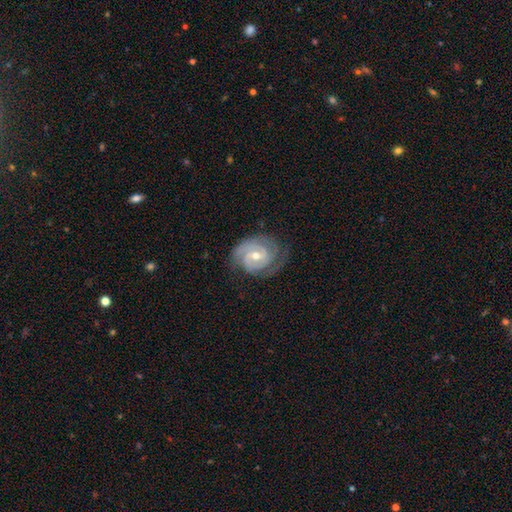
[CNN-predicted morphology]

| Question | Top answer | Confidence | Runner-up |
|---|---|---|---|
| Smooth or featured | featured or disk | 88% | smooth (7%) |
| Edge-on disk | no | 97% | yes (3%) |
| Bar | no | 47% | weak (41%) |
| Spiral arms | yes | 97% | no (3%) |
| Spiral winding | tight | 68% | medium (27%) |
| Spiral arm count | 2 | 64% | 3 (14%) |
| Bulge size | moderate | 57% | small (40%) |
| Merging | none | 74% | minor disturbance (18%) |